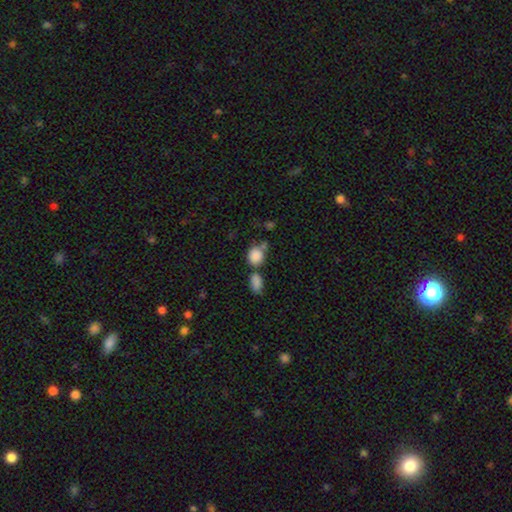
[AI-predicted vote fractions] Morphology: type=smooth (86%); roundness=round (62%); merging=none (49%).